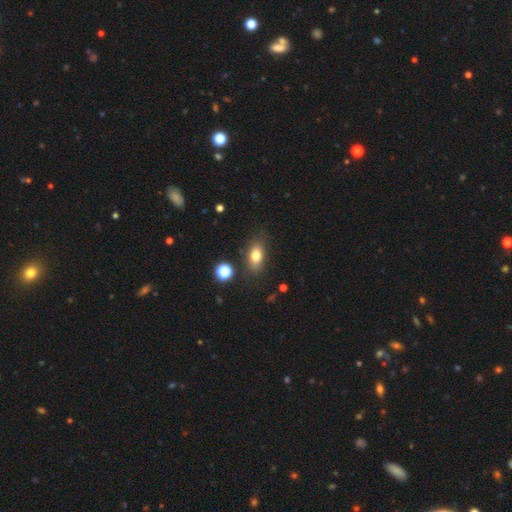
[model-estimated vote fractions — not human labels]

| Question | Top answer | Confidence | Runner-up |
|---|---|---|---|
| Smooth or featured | smooth | 78% | featured or disk (12%) |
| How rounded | in between | 82% | round (10%) |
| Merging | none | 81% | minor disturbance (12%) |